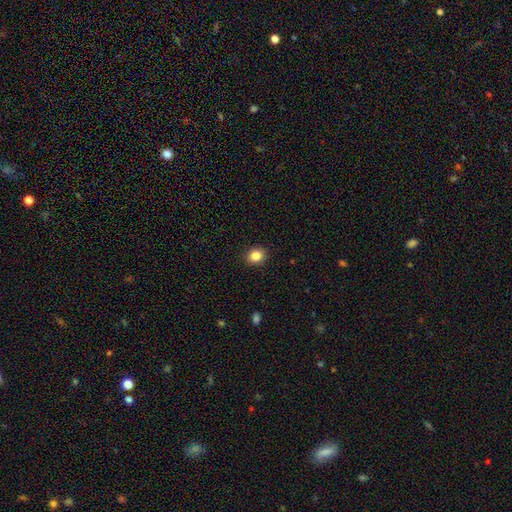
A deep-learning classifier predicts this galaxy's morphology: Smooth or featured: smooth — 85% (star or artifact — 10%)
How rounded: round — 69% (in between — 30%)
Merging: none — 91% (minor disturbance — 6%)